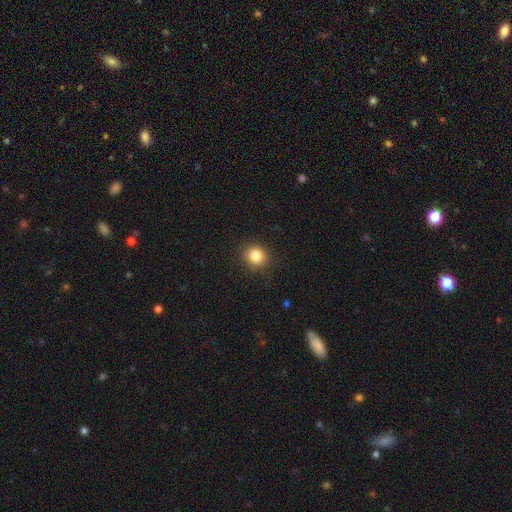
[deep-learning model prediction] The model was most divided on "smooth or featured": smooth: 84%, star or artifact: 11%, featured or disk: 5%. More confident: how rounded — round (90%); merging — none (90%).